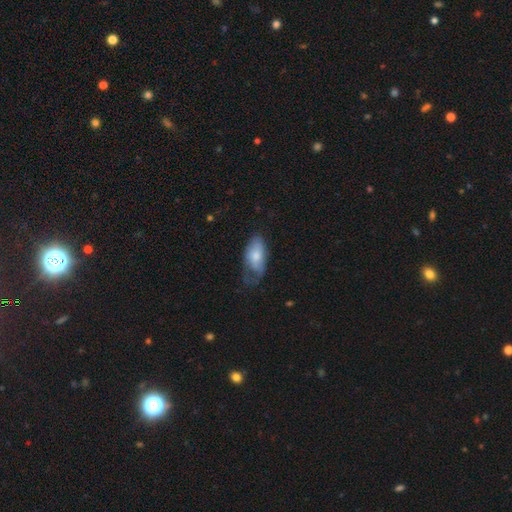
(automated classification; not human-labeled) A smooth galaxy with no disk features (68%) that is in between round and cigar-shaped (91%). Merging: minor disturbance (36%).